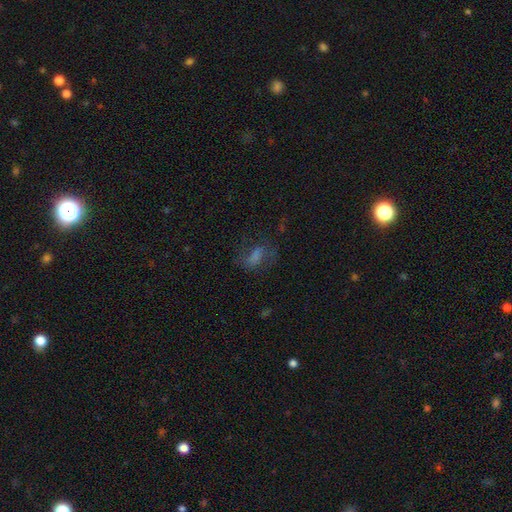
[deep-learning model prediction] smooth-or-featured: smooth: 43% | featured or disk: 32% | star or artifact: 25%
  merging: none: 59% | major disturbance: 20% | minor disturbance: 19% | merger: 2%